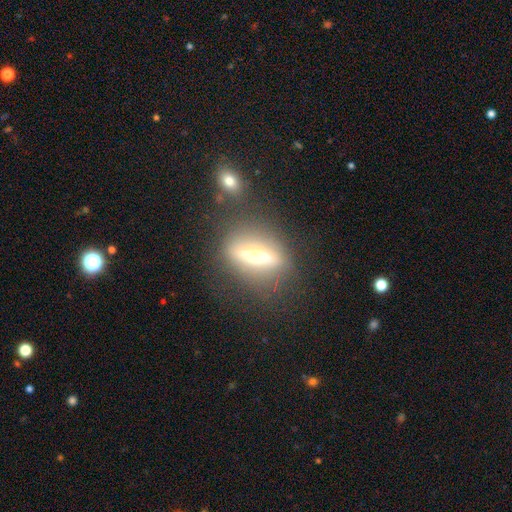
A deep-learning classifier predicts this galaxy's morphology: smooth_or_featured: featured or disk (p=0.69) [alt: smooth p=0.21]
disk_edge_on: yes (p=0.74) [alt: no p=0.26]
edge_on_bulge: rounded (p=0.82) [alt: none p=0.09]
merging: none (p=0.76) [alt: minor disturbance p=0.12]